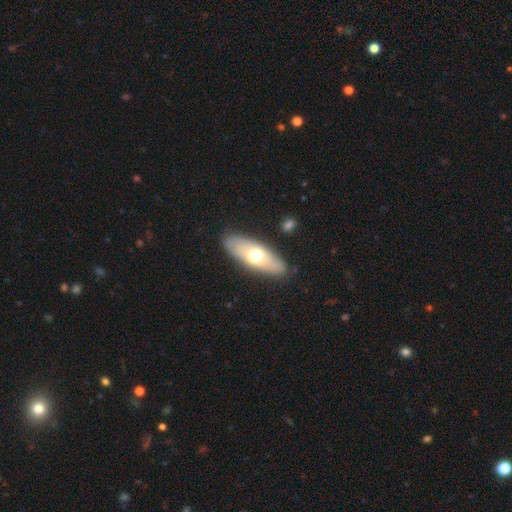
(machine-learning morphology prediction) The model was most divided on "smooth or featured": smooth: 54%, featured or disk: 41%, star or artifact: 5%. More confident: merging — none (86%); how rounded — in between (68%).